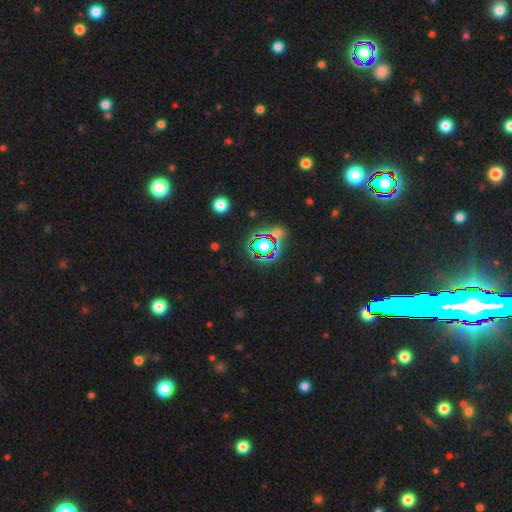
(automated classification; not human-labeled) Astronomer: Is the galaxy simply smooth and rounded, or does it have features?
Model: star or artifact — 68%.